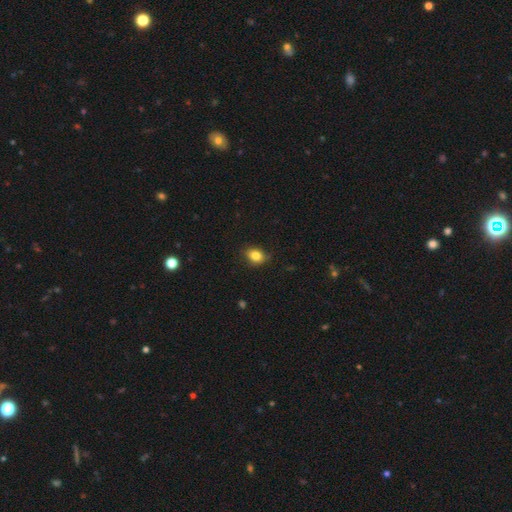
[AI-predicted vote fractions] This appears to be a smooth galaxy with no disk features (83%) that is in between round and cigar-shaped (56%). Merging: none (80%).